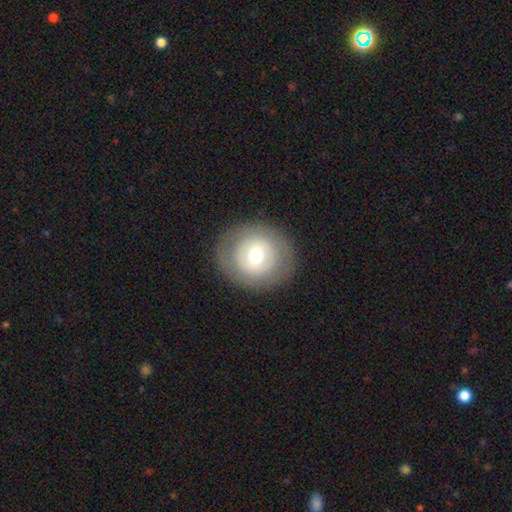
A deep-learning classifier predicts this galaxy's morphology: This appears to be a smooth galaxy with no disk features (54%) that is round (86%). Merging: none (86%).